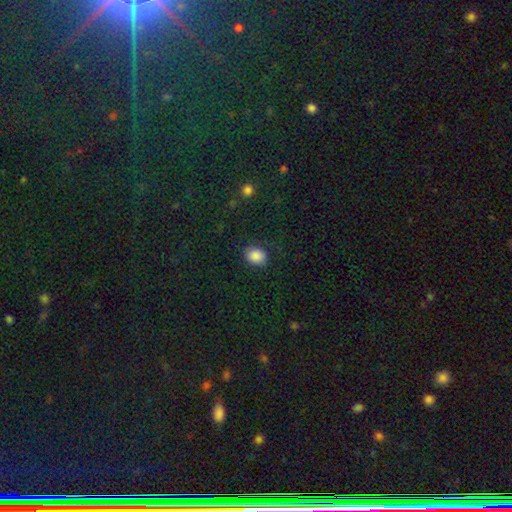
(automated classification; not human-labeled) The model was most divided on "how rounded": in between: 54%, round: 46%, cigar-shaped: 1%. More confident: smooth or featured — smooth (86%); merging — none (83%).